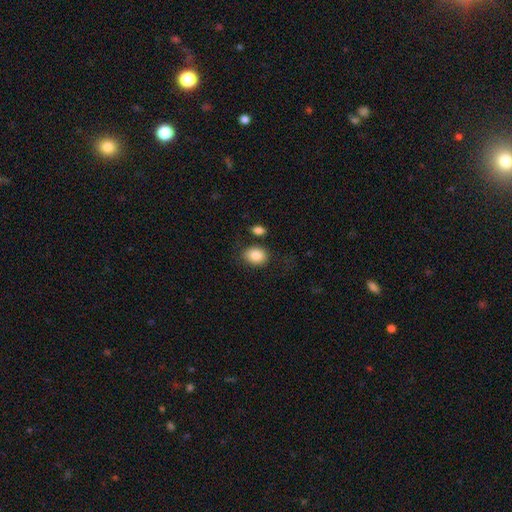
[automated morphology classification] A smooth galaxy with no disk features (86%) that is in between round and cigar-shaped (63%).

Vote fractions:
- Smooth or featured? smooth: 86% / star or artifact: 8% / featured or disk: 6%
- How rounded? in between: 63% / round: 36% / cigar-shaped: 1%
- Merging? none: 75% / minor disturbance: 13% / merger: 7% / major disturbance: 5%